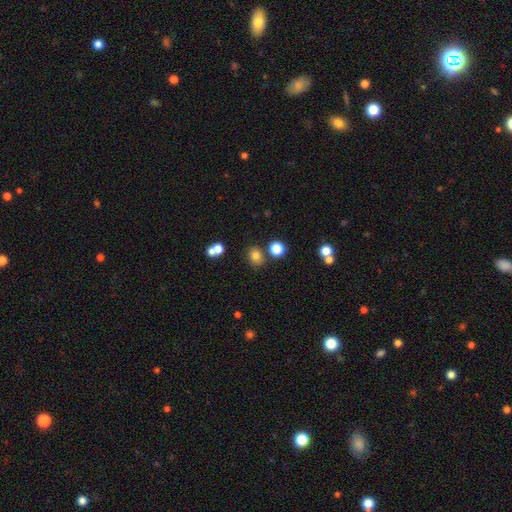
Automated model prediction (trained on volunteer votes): This is likely a smooth galaxy (78%). How rounded: likely round (66%). Merging: likely none (77%).